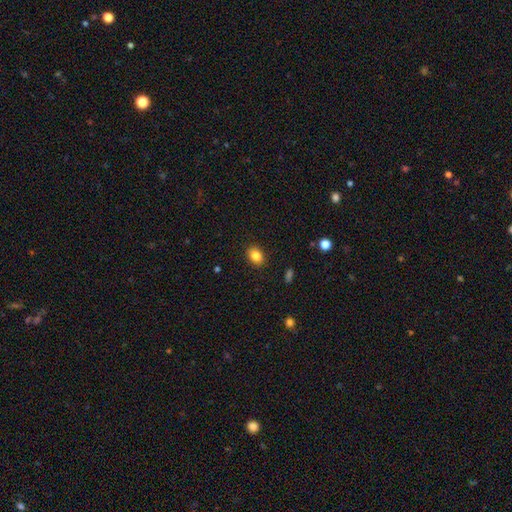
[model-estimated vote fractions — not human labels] The model was most divided on "how rounded": in between: 66%, round: 33%, cigar-shaped: 1%. More confident: merging — none (89%); smooth or featured — smooth (84%).